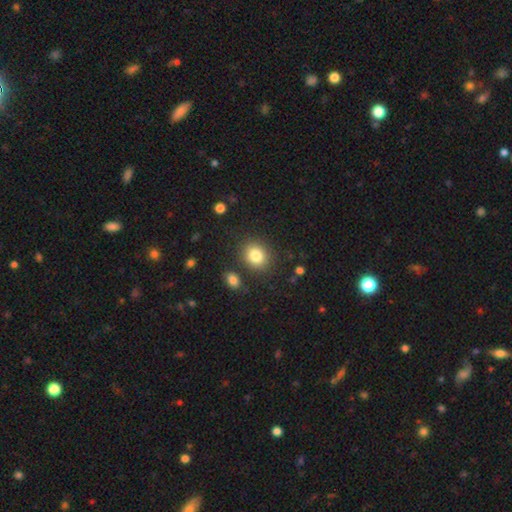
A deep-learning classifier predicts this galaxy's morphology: Smooth or featured: smooth — 83% (star or artifact — 10%)
How rounded: round — 66% (in between — 33%)
Merging: none — 84% (minor disturbance — 9%)